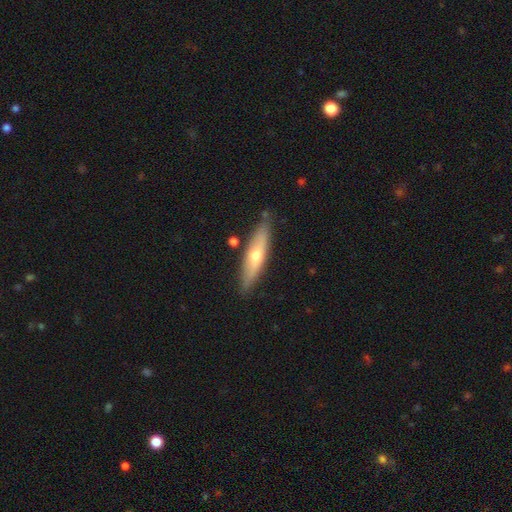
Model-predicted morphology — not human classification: Smooth or featured: smooth — 48% (featured or disk — 46%)
Merging: none — 83% (minor disturbance — 12%)